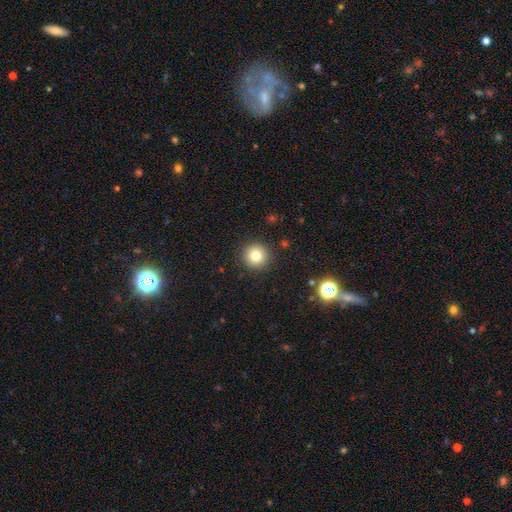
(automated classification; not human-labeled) This is likely a smooth galaxy (80%). How rounded: clearly round (95%). Merging: clearly none (91%).